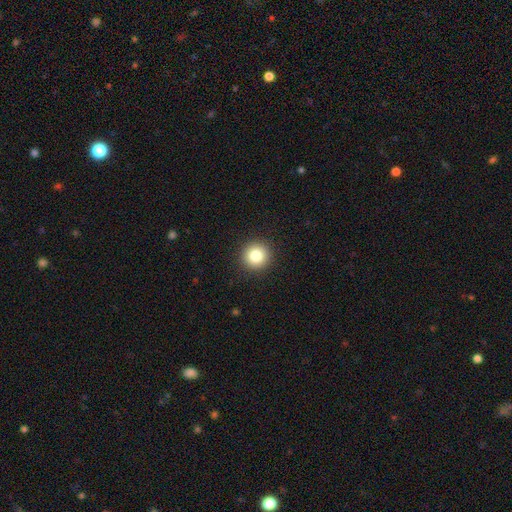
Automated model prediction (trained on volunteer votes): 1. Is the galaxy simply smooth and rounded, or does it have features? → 84% smooth, 10% star or artifact, 6% featured or disk.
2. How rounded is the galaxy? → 94% round, 5% in between, 1% cigar-shaped.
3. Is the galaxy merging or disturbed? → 92% none, 5% minor disturbance, 2% major disturbance, 1% merger.